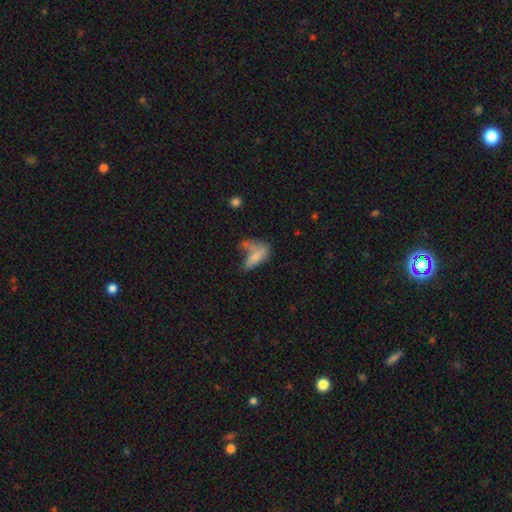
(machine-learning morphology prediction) Q: Smooth or featured?
A: smooth (69%); runner-up: featured or disk (21%)
Q: How rounded?
A: in between (75%); runner-up: cigar-shaped (21%)
Q: Merging?
A: merger (31%); runner-up: none (28%)